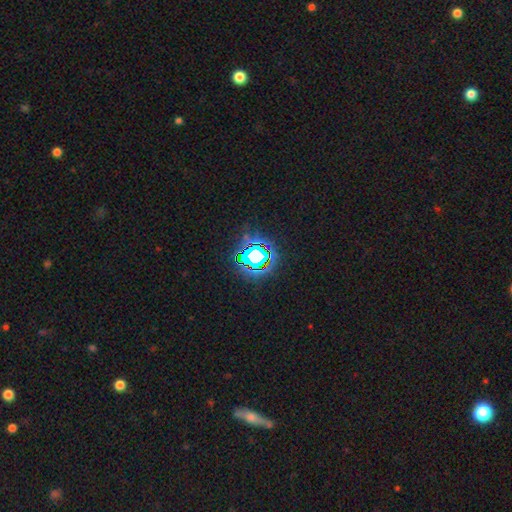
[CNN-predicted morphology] Q: Smooth or featured?
A: star or artifact (67%); runner-up: smooth (19%)